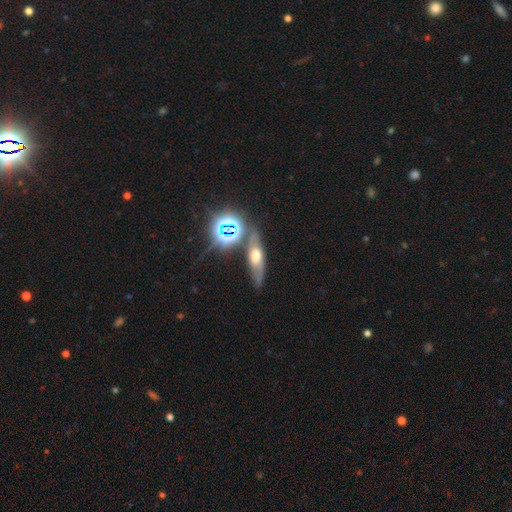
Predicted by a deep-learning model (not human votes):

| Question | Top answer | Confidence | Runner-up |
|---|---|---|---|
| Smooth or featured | featured or disk | 42% | smooth (33%) |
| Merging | none | 69% | minor disturbance (16%) |